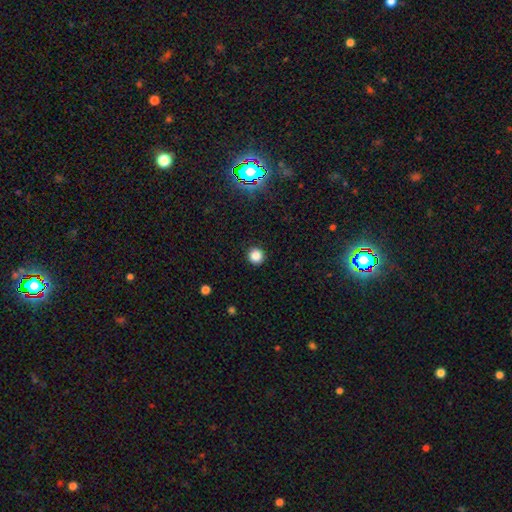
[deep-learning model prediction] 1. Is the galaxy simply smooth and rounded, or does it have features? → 84% smooth, 13% star or artifact, 3% featured or disk.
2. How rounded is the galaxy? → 95% round, 4% in between, 1% cigar-shaped.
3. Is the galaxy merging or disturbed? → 92% none, 5% minor disturbance, 2% major disturbance, 1% merger.